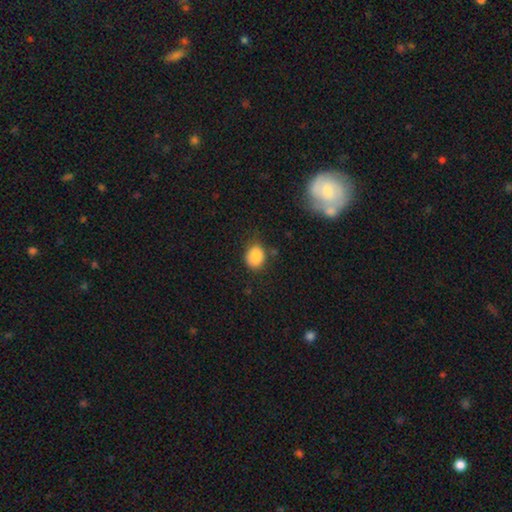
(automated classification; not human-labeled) The model was most divided on "how rounded": round: 52%, in between: 47%, cigar-shaped: 1%. More confident: smooth or featured — smooth (85%); merging — none (66%).